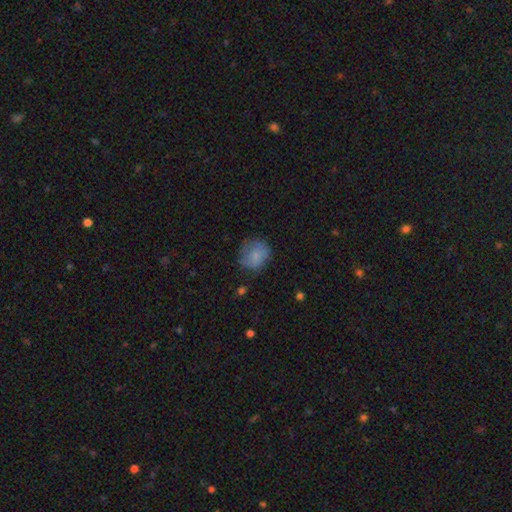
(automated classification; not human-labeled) smooth-or-featured: smooth: 74% | featured or disk: 18% | star or artifact: 9%
  how-rounded: round: 79% | in between: 20% | cigar-shaped: 1%
  merging: none: 64% | minor disturbance: 25% | major disturbance: 10% | merger: 2%